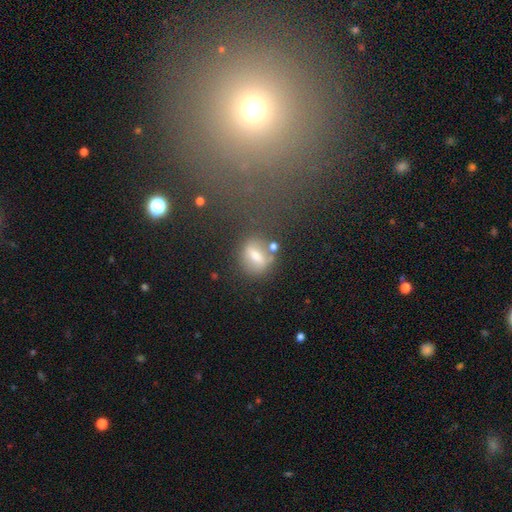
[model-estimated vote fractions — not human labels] Overall: smooth (46%; star or artifact 27%). Merging: none (62%).